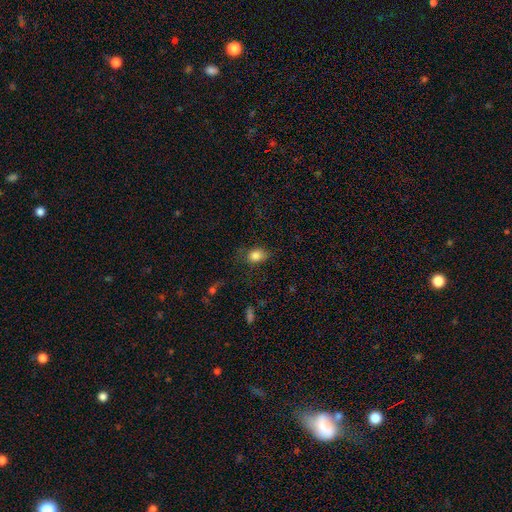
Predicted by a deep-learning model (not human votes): Smooth or featured?
  - smooth: 83% *
  - star or artifact: 10%
  - featured or disk: 7%
How rounded?
  - in between: 70% *
  - round: 28%
  - cigar-shaped: 2%
Merging?
  - none: 65% *
  - minor disturbance: 23%
  - major disturbance: 10%
  - merger: 2%